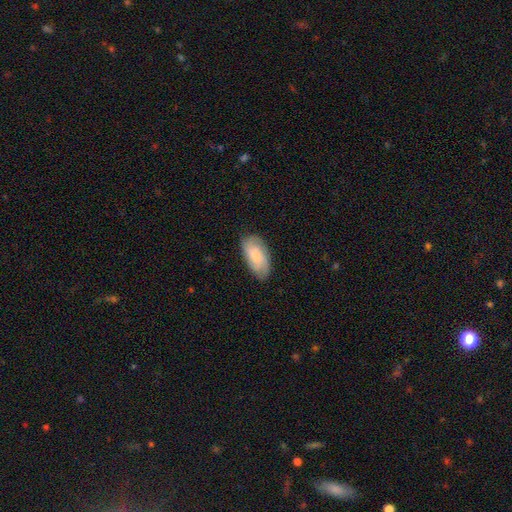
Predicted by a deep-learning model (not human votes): A smooth galaxy with no disk features (60%) that is in between round and cigar-shaped (92%).

Vote fractions:
- Smooth or featured? smooth: 60% / featured or disk: 33% / star or artifact: 7%
- How rounded? in between: 92% / cigar-shaped: 5% / round: 3%
- Merging? none: 79% / minor disturbance: 16% / major disturbance: 4% / merger: 1%